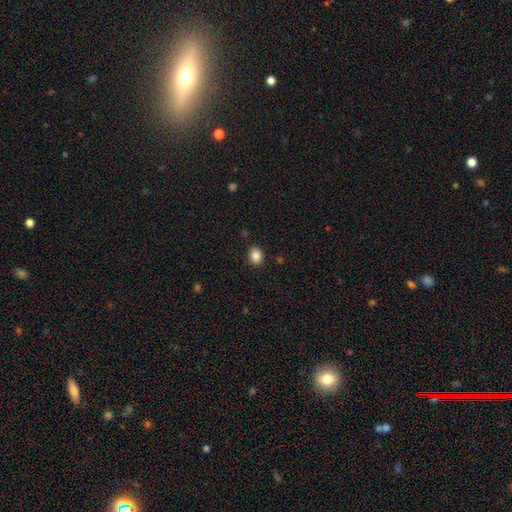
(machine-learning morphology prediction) A smooth galaxy with no disk features (86%) that is in between round and cigar-shaped (62%). Merging: none (85%).